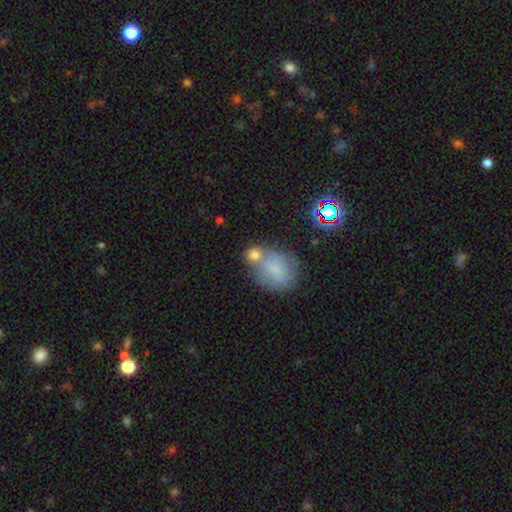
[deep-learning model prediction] This appears to be a smooth galaxy with no disk features (63%) that is round (59%). Merging: none (39%).